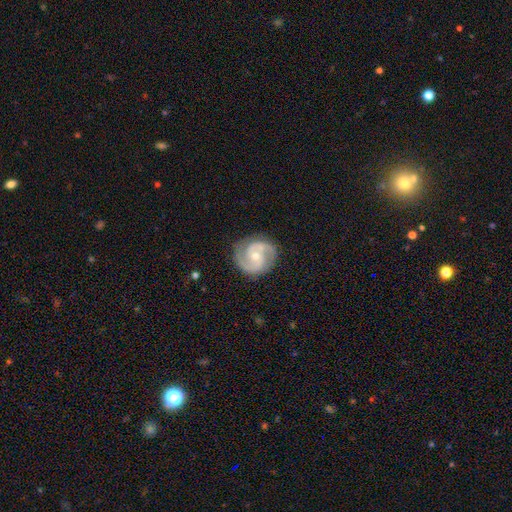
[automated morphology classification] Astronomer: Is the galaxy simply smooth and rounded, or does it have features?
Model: featured or disk — 88%.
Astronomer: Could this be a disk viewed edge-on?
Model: no — 98%.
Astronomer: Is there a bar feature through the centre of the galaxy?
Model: no — 54% (runner-up: weak, 38%).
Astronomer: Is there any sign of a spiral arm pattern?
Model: yes — 98%.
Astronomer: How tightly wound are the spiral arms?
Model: medium — 53% (runner-up: tight, 37%).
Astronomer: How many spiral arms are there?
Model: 2 — 91%.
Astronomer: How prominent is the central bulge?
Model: small — 53% (runner-up: moderate, 44%).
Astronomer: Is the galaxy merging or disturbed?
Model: none — 84%.